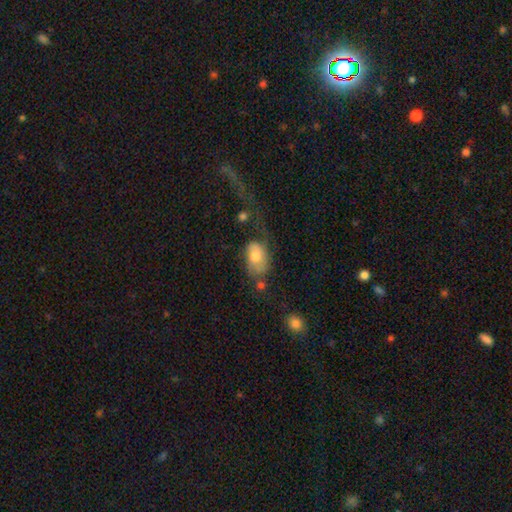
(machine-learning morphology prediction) smooth 61%, featured or disk 32%, star or artifact 8%. Down the decision tree: how rounded — in between (85%); merging — major disturbance (37%).